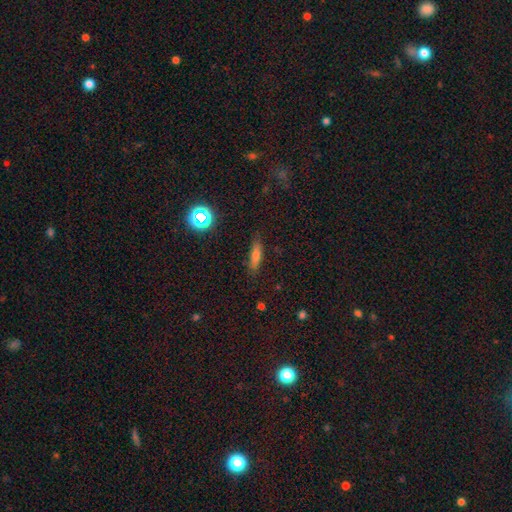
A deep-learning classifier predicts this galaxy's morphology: smooth_or_featured: smooth (p=0.64) [alt: featured or disk p=0.21]
how_rounded: cigar-shaped (p=0.67) [alt: in between p=0.29]
merging: none (p=0.82) [alt: minor disturbance p=0.13]